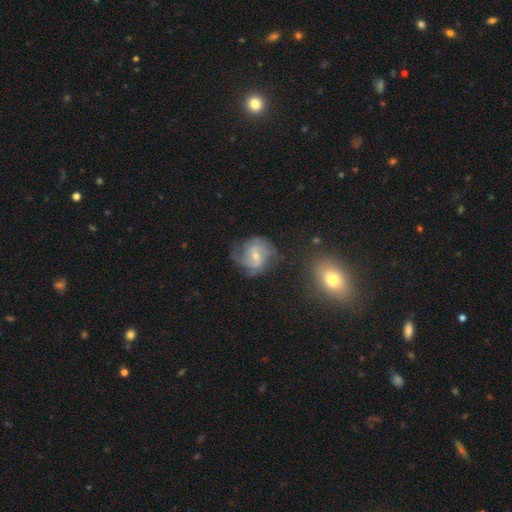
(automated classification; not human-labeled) Smooth or featured? featured or disk (70%)
Edge-on disk? no (97%)
Bar? weak (47%)
Spiral arms? yes (89%)
Spiral winding? medium (44%)
Spiral arm count? 2 (47%)
Bulge size? small (58%)
Merging? none (54%)